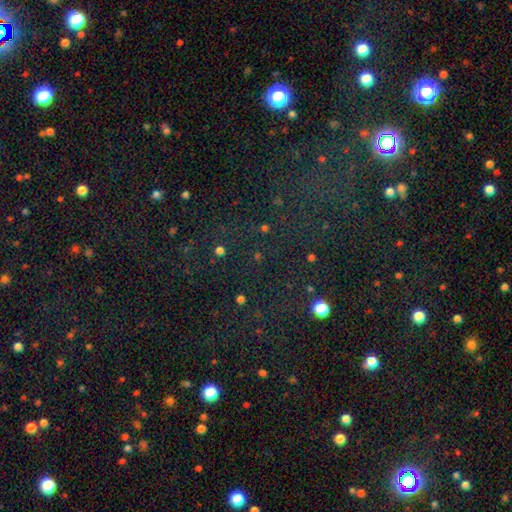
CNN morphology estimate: type=star or artifact (68%).